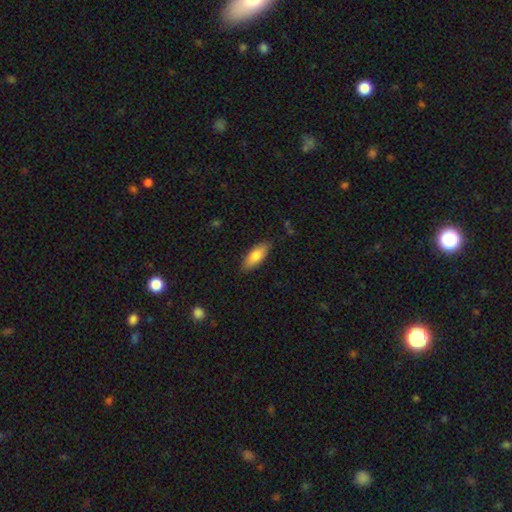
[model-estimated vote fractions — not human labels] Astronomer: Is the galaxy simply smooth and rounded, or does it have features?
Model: smooth — 80%.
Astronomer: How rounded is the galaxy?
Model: in between — 76%.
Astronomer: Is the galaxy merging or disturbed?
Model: none — 86%.